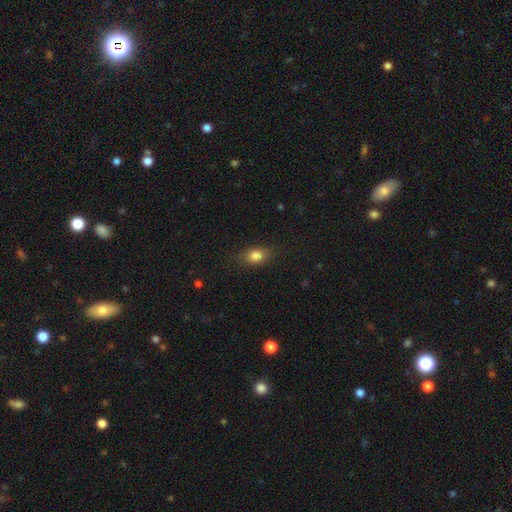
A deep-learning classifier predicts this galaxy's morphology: This is clearly a smooth galaxy (82%). How rounded: likely in between (74%). Merging: likely none (79%).